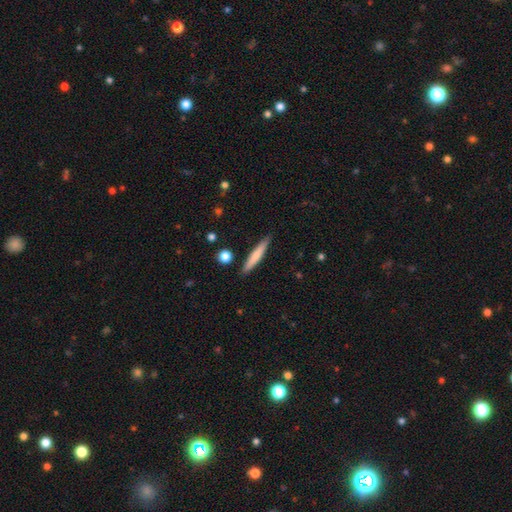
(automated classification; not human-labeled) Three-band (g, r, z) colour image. It shows a smooth galaxy with no disk features (64%) that is cigar-shaped (94%). Merging: none (88%).